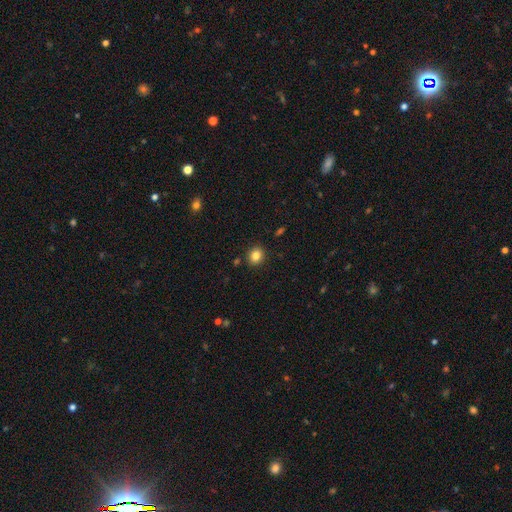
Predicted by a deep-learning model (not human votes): This is clearly a smooth galaxy (83%). How rounded: likely round (76%). Merging: clearly none (90%).